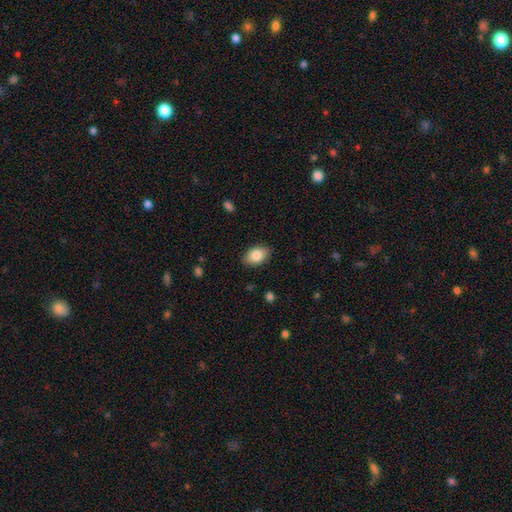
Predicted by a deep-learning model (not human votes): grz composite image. It shows a smooth galaxy with no disk features (85%) that is in between round and cigar-shaped (88%). Merging: none (87%).